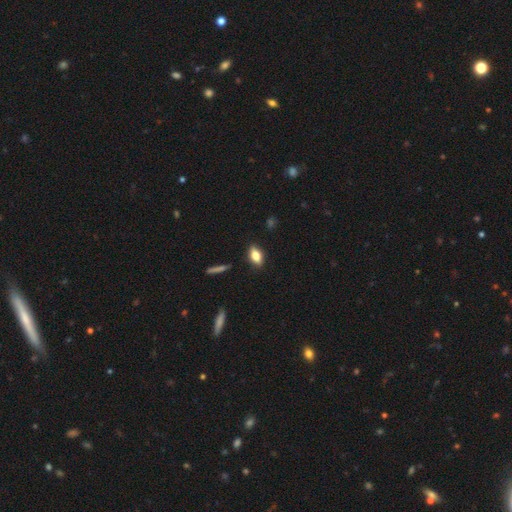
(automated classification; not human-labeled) Smooth or featured: smooth — 75% (featured or disk — 16%)
How rounded: in between — 84% (cigar-shaped — 10%)
Merging: none — 86% (minor disturbance — 10%)